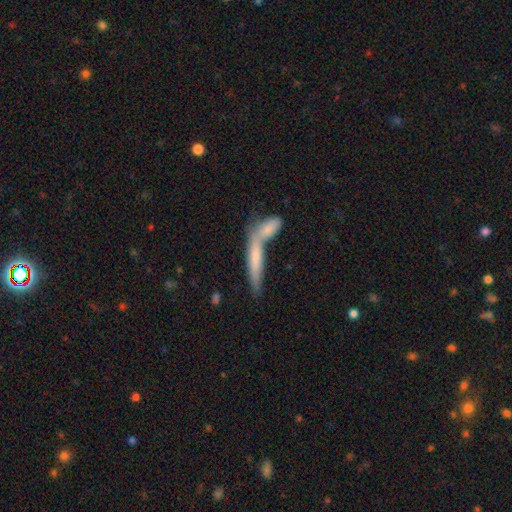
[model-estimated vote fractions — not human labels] Morphology: type=smooth (60%); roundness=cigar-shaped (84%); merging=merger (49%).